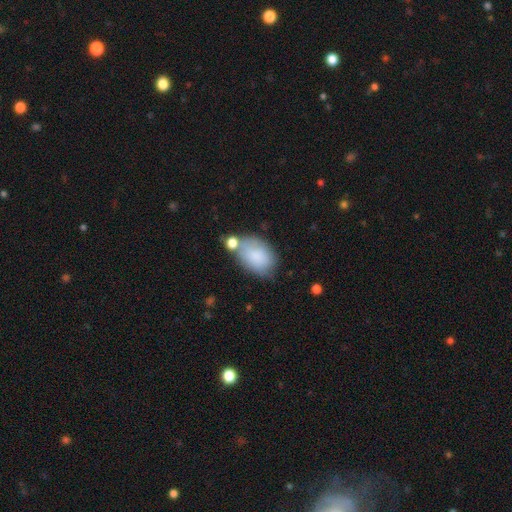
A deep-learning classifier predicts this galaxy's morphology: A smooth galaxy with no disk features (82%) that is in between round and cigar-shaped (87%). Merging: none (54%).